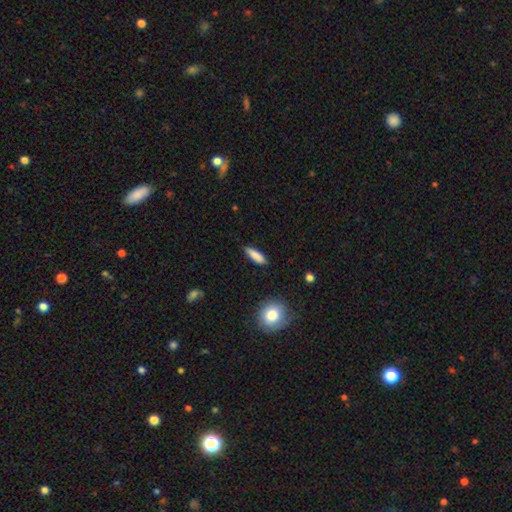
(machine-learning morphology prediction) This appears to be a smooth galaxy with no disk features (84%) that is cigar-shaped (57%). Merging: none (84%).